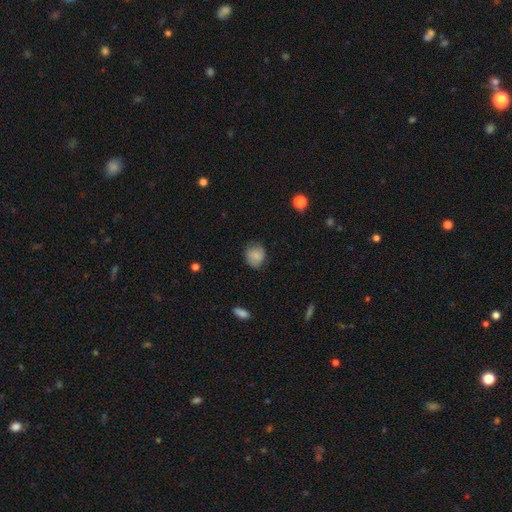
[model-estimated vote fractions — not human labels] Q: Smooth or featured?
A: smooth (81%); runner-up: featured or disk (11%)
Q: How rounded?
A: round (74%); runner-up: in between (25%)
Q: Merging?
A: none (73%); runner-up: minor disturbance (21%)